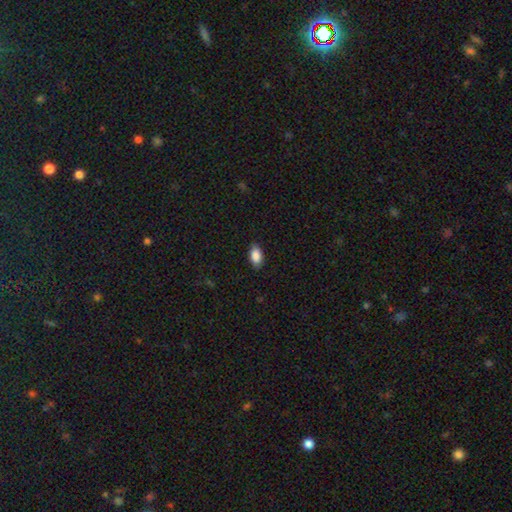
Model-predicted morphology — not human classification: Smooth or featured?
  - smooth: 88% *
  - star or artifact: 7%
  - featured or disk: 5%
How rounded?
  - in between: 93% *
  - round: 4%
  - cigar-shaped: 3%
Merging?
  - none: 87% *
  - minor disturbance: 10%
  - major disturbance: 2%
  - merger: 1%